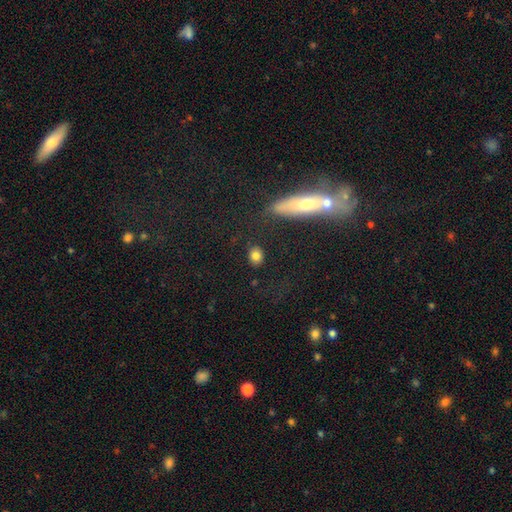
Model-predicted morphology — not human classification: A smooth galaxy with no disk features (81%) that is round (54%).

Vote fractions:
- Smooth or featured? smooth: 81% / star or artifact: 10% / featured or disk: 8%
- How rounded? round: 54% / in between: 44% / cigar-shaped: 2%
- Merging? none: 86% / minor disturbance: 9% / major disturbance: 3% / merger: 3%